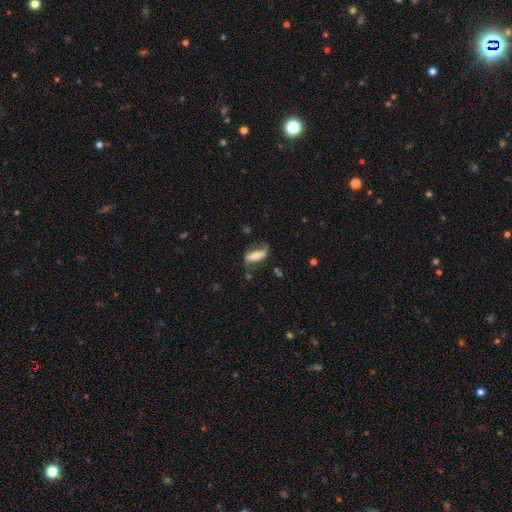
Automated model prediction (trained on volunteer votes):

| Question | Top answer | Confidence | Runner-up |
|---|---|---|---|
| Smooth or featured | featured or disk | 50% | smooth (43%) |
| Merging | none | 62% | minor disturbance (23%) |